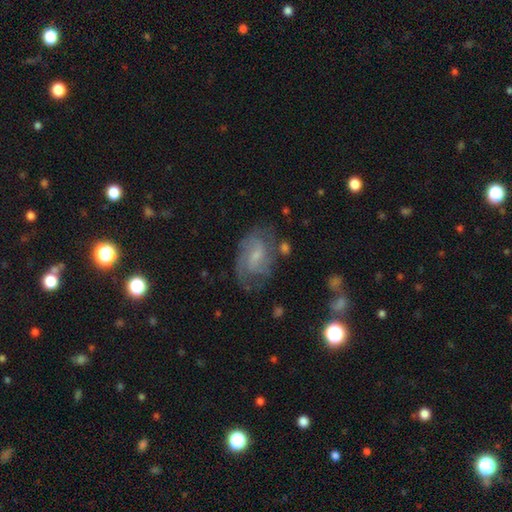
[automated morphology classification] smooth_or_featured: featured or disk (p=0.69) [alt: smooth p=0.22]
disk_edge_on: no (p=0.97) [alt: yes p=0.03]
bar: weak (p=0.52) [alt: no p=0.38]
has_spiral_arms: yes (p=0.86) [alt: no p=0.14]
spiral_winding: medium (p=0.45) [alt: tight p=0.35]
spiral_arm_count: 2 (p=0.44) [alt: can't tell p=0.31]
bulge_size: small (p=0.60) [alt: moderate p=0.25]
merging: none (p=0.60) [alt: minor disturbance p=0.22]